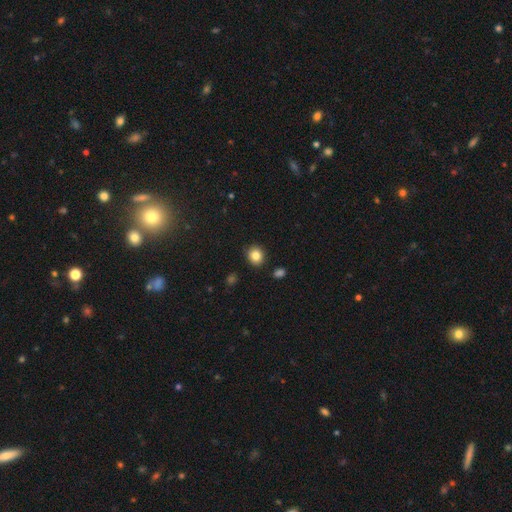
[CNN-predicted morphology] This is clearly a smooth galaxy (84%). How rounded: likely round (76%). Merging: clearly none (89%).